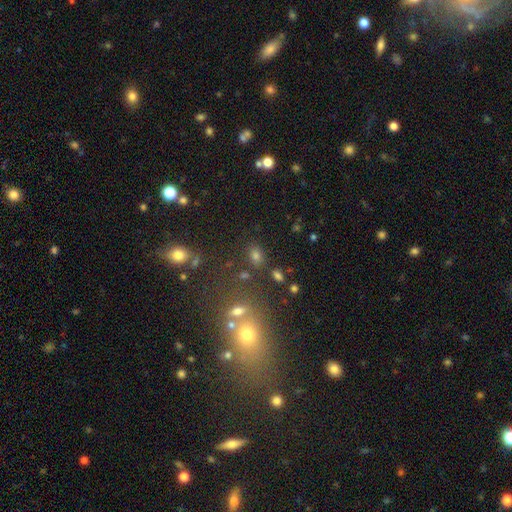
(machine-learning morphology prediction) Q: Smooth or featured?
A: smooth (69%); runner-up: star or artifact (22%)
Q: How rounded?
A: in between (77%); runner-up: round (21%)
Q: Merging?
A: none (77%); runner-up: minor disturbance (11%)